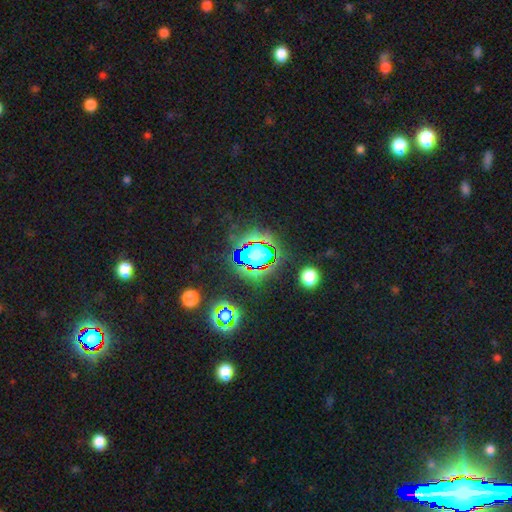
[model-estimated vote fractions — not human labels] Overall: star or artifact (64%).